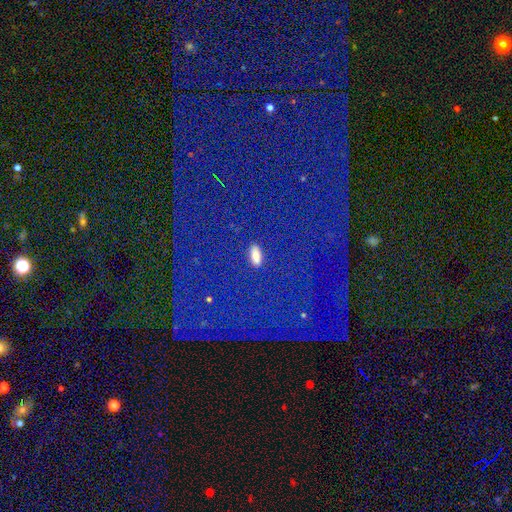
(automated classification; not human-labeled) This appears to be a smooth galaxy with no disk features (69%) that is in between round and cigar-shaped (81%). Merging: none (85%).